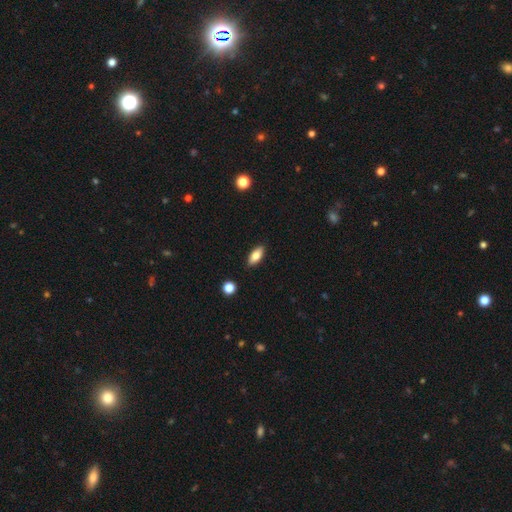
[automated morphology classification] smooth-or-featured: smooth: 78% | featured or disk: 14% | star or artifact: 7%
  how-rounded: in between: 84% | cigar-shaped: 13% | round: 3%
  merging: none: 89% | minor disturbance: 8% | major disturbance: 2% | merger: 1%